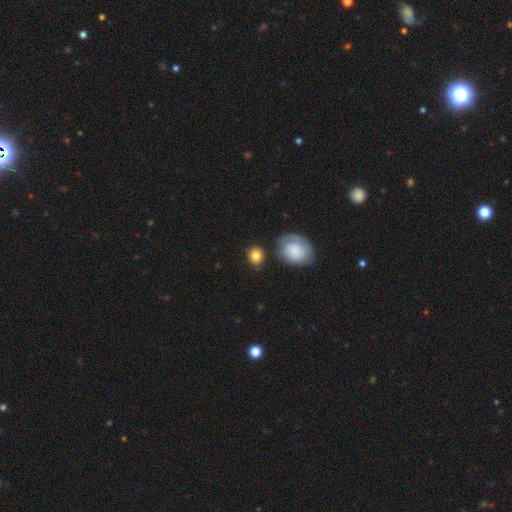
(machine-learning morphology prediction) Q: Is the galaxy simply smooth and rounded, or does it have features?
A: smooth — 82%.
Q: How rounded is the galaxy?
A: round — 79%.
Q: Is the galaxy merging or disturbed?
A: none — 76%.